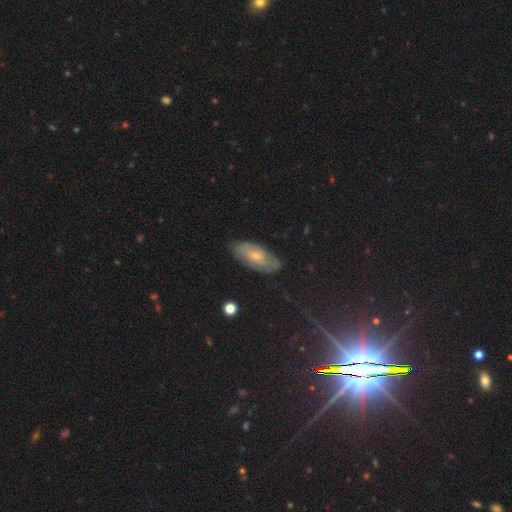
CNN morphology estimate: Smooth or featured? Predicted: featured or disk (p=0.53). Edge-on disk? Predicted: no (p=0.89). Merging? Predicted: none (p=0.78).